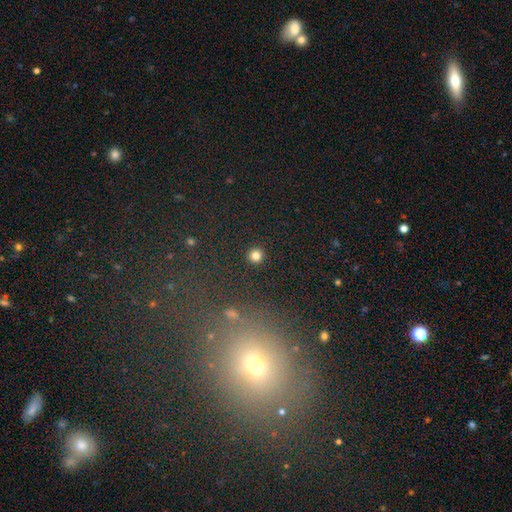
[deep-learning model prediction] smooth-or-featured: smooth: 82% | star or artifact: 13% | featured or disk: 5%
  how-rounded: round: 95% | in between: 4% | cigar-shaped: 1%
  merging: none: 92% | minor disturbance: 4% | major disturbance: 2% | merger: 1%